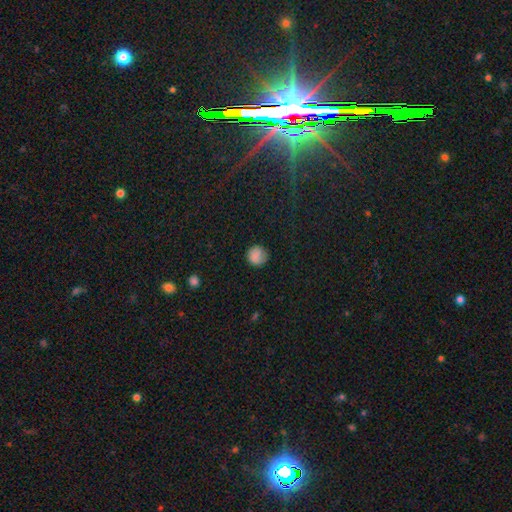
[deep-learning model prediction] Smooth or featured: smooth — 83% (star or artifact — 10%)
How rounded: round — 91% (in between — 8%)
Merging: none — 79% (minor disturbance — 16%)